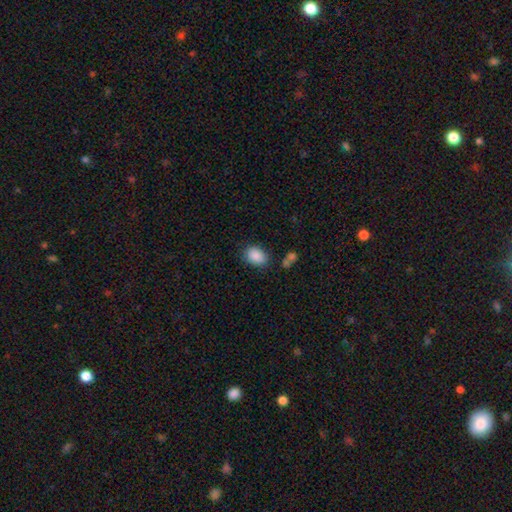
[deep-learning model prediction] This is clearly a smooth galaxy (88%). How rounded: likely in between (75%). Merging: likely none (77%).